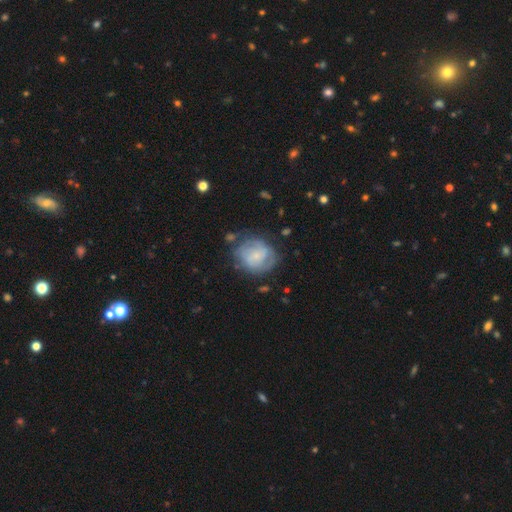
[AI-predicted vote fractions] Overall: featured or disk (56%; smooth 37%). Edge-on disk: no (98%). Bar: no (60%; weak 34%). Spiral arms: yes (74%). Bulge size: small (65%). Merging: none (62%; minor disturbance 23%).